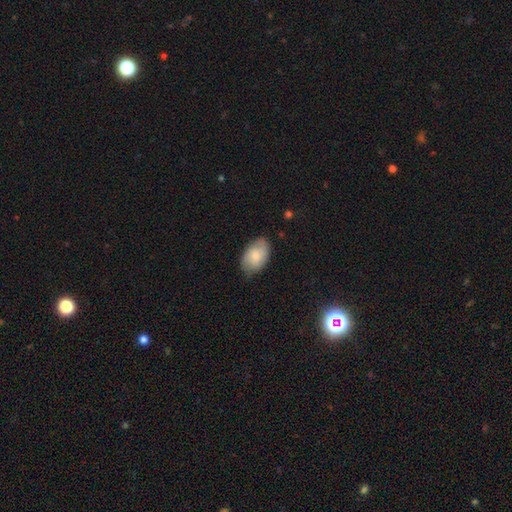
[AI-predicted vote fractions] smooth_or_featured: smooth (p=0.71) [alt: featured or disk p=0.22]
how_rounded: in between (p=0.90) [alt: round p=0.08]
merging: none (p=0.75) [alt: minor disturbance p=0.20]